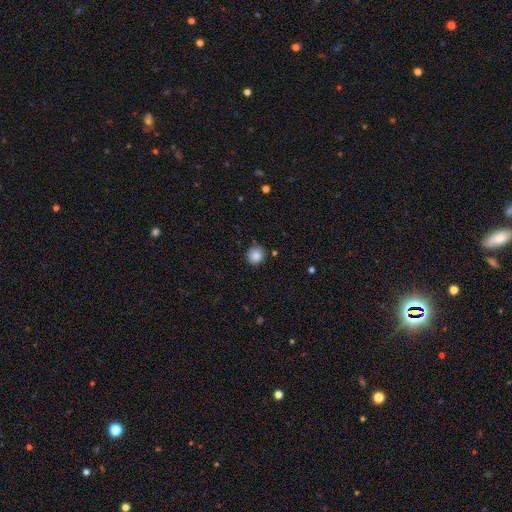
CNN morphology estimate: smooth-or-featured: smooth: 87% | star or artifact: 10% | featured or disk: 4%
  how-rounded: round: 86% | in between: 13% | cigar-shaped: 1%
  merging: none: 85% | minor disturbance: 11% | major disturbance: 3% | merger: 2%